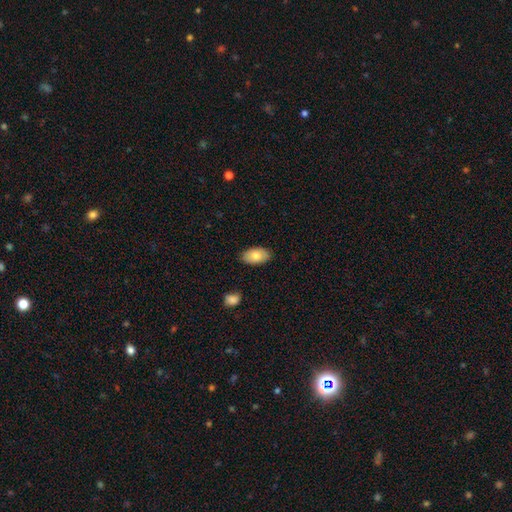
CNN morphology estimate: This is clearly a smooth galaxy (81%). How rounded: clearly in between (94%). Merging: clearly none (86%).